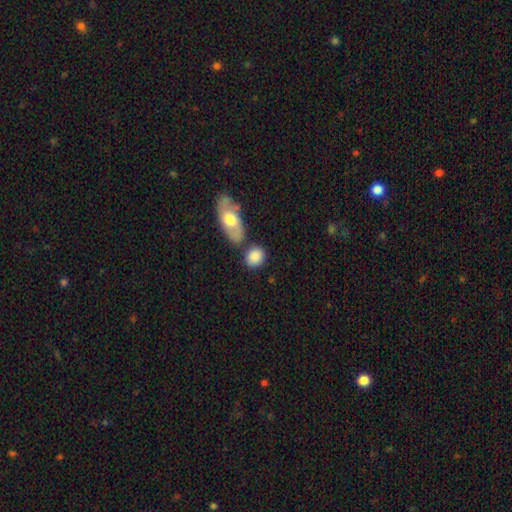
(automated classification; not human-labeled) Smooth or featured?
  - smooth: 83% *
  - featured or disk: 10%
  - star or artifact: 7%
How rounded?
  - round: 51% *
  - in between: 46%
  - cigar-shaped: 3%
Merging?
  - none: 65% *
  - merger: 17%
  - minor disturbance: 13%
  - major disturbance: 4%